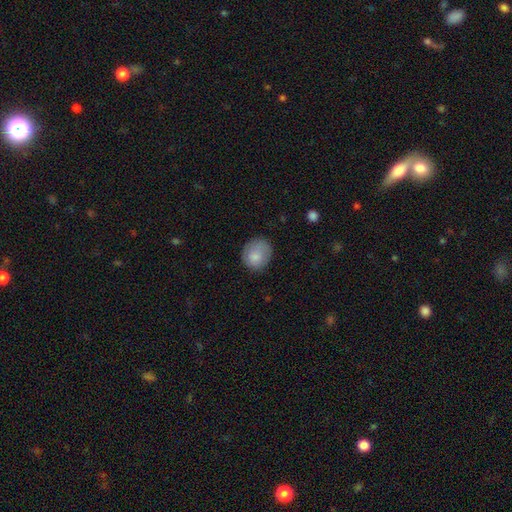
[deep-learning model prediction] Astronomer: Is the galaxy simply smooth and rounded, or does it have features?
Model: smooth — 82%.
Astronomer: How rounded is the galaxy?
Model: round — 72%.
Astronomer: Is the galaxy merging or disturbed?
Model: none — 73%.